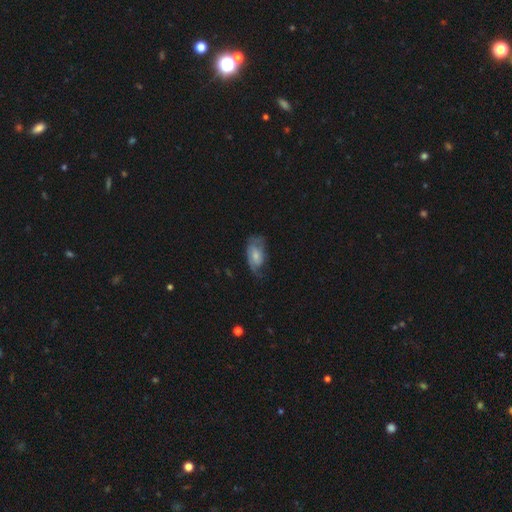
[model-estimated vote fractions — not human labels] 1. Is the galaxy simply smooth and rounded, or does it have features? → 57% featured or disk, 37% smooth, 7% star or artifact.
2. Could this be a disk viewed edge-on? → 95% no, 5% yes.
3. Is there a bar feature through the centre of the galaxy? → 59% no, 35% weak, 7% strong.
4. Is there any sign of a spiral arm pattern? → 83% yes, 17% no.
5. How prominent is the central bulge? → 44% small, 36% moderate, 11% none, 7% large, 2% dominant.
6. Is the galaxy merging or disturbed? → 50% none, 28% minor disturbance, 21% major disturbance, 2% merger.